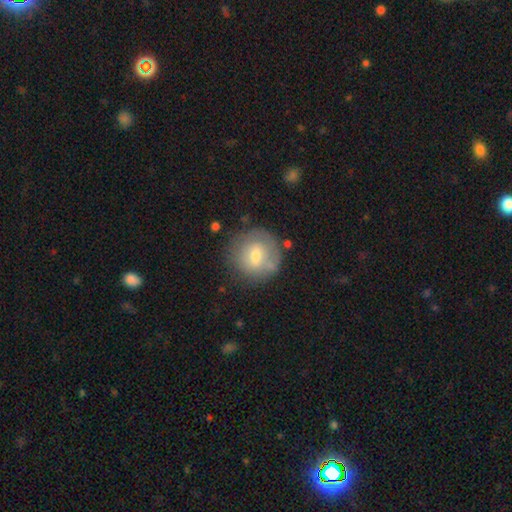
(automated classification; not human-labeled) smooth 61%, featured or disk 30%, star or artifact 8%. Down the decision tree: how rounded — round (91%); merging — none (72%).